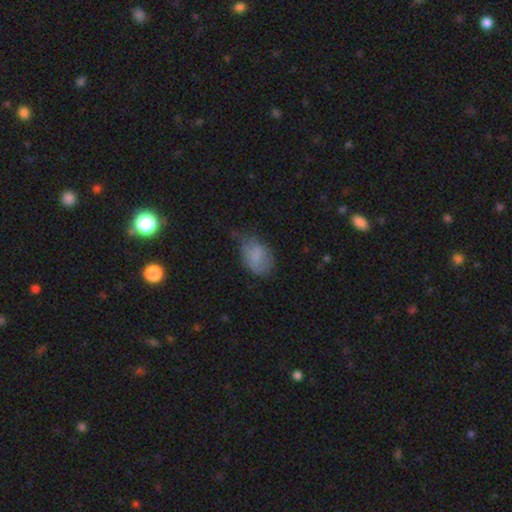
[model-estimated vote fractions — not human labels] Smooth or featured? smooth (78%)
How rounded? in between (86%)
Merging? none (42%)